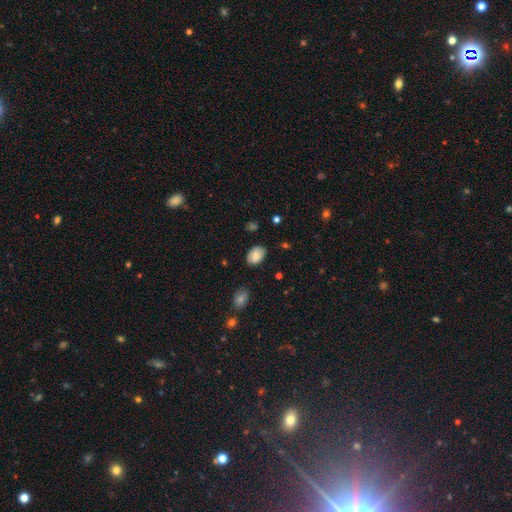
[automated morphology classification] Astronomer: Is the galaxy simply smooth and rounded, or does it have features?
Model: smooth — 79%.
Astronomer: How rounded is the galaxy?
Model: in between — 86%.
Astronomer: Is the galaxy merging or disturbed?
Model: none — 78%.